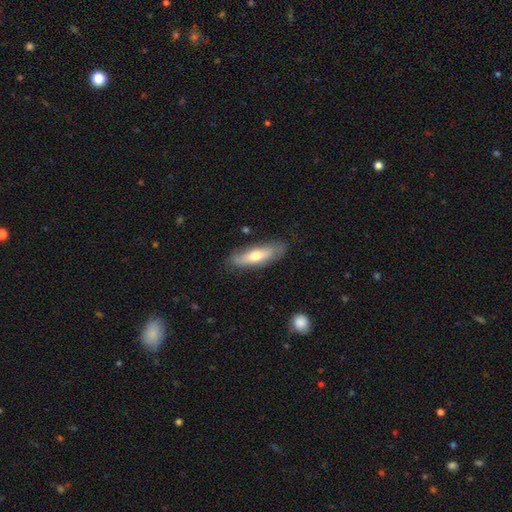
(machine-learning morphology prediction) A smooth galaxy with no disk features (62%) that is cigar-shaped (52%).

Vote fractions:
- Smooth or featured? smooth: 62% / featured or disk: 33% / star or artifact: 6%
- How rounded? cigar-shaped: 52% / in between: 46% / round: 2%
- Merging? none: 78% / minor disturbance: 16% / major disturbance: 4% / merger: 2%